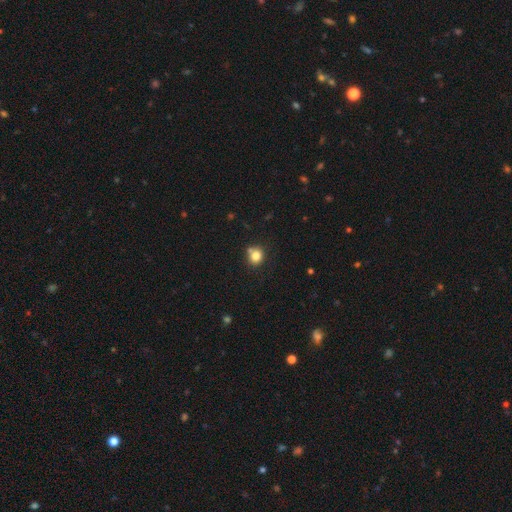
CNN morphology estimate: This is clearly a smooth galaxy (81%). How rounded: clearly round (83%). Merging: likely none (69%).